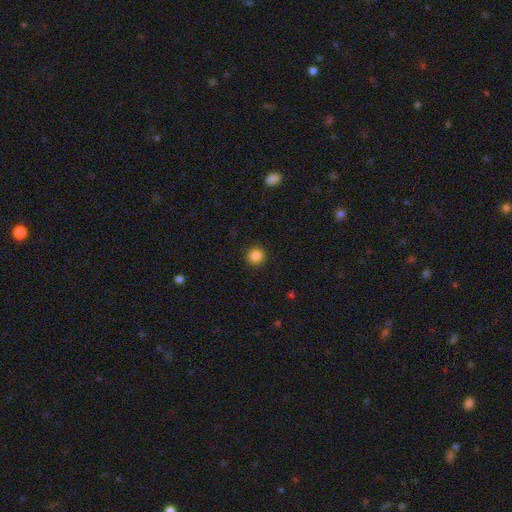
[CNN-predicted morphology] smooth-or-featured: smooth: 86% | star or artifact: 11% | featured or disk: 3%
  how-rounded: round: 94% | in between: 5% | cigar-shaped: 1%
  merging: none: 92% | minor disturbance: 5% | major disturbance: 2% | merger: 1%